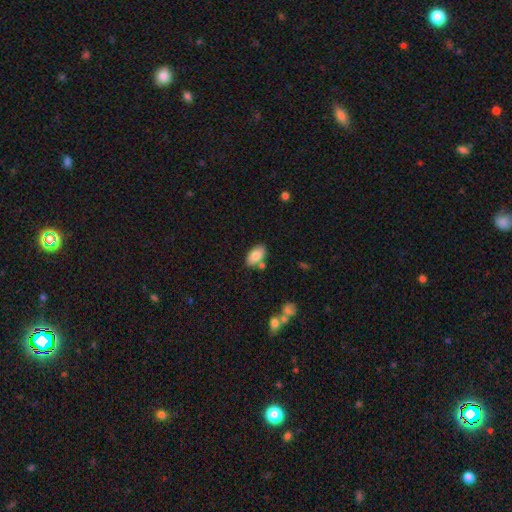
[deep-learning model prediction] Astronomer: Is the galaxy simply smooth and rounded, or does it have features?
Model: smooth — 83%.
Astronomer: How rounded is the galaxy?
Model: in between — 94%.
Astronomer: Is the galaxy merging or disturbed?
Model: none — 73%.